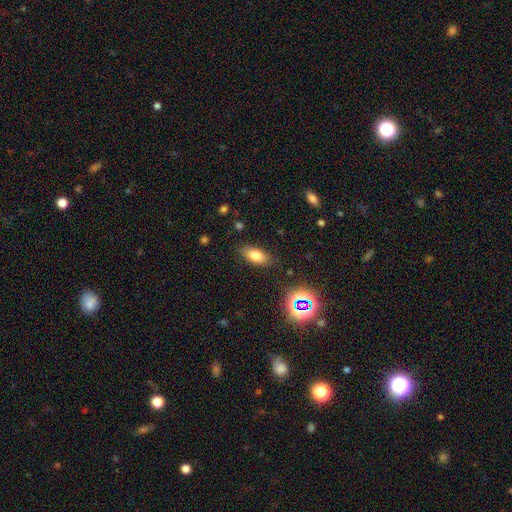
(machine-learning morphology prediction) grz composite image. It shows a smooth galaxy with no disk features (75%) that is in between round and cigar-shaped (85%). Merging: none (84%).